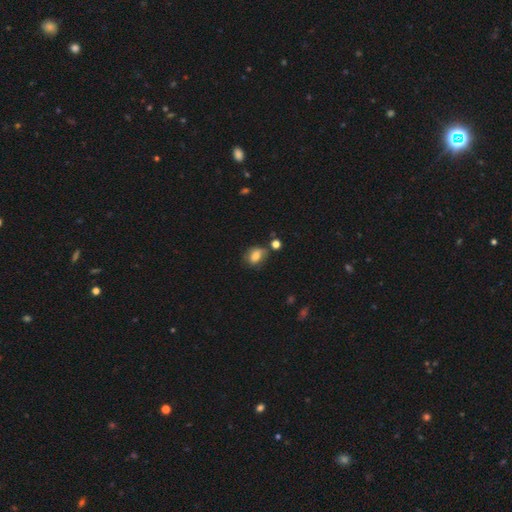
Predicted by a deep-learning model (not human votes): Smooth or featured?
  - smooth: 70% *
  - featured or disk: 19%
  - star or artifact: 11%
How rounded?
  - in between: 66% *
  - round: 33%
  - cigar-shaped: 2%
Merging?
  - none: 54% *
  - minor disturbance: 26%
  - major disturbance: 10%
  - merger: 10%